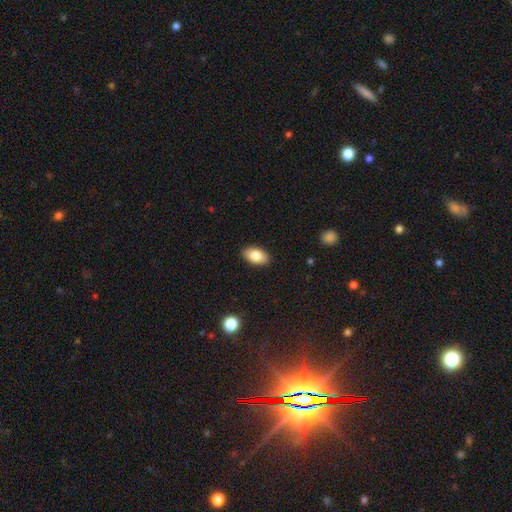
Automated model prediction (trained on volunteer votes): Smooth or featured? Predicted: smooth (p=0.81). How rounded? Predicted: in between (p=0.93). Merging? Predicted: none (p=0.89).